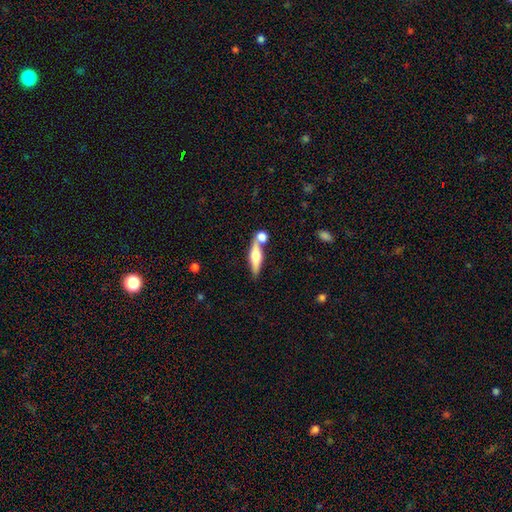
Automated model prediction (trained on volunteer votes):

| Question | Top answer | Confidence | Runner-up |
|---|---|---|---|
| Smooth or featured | featured or disk | 48% | smooth (45%) |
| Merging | none | 60% | merger (25%) |